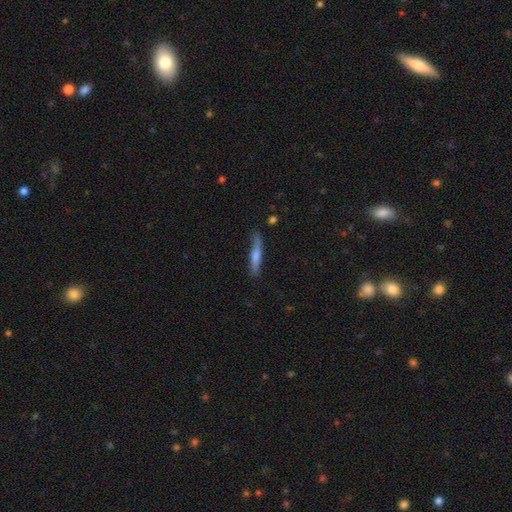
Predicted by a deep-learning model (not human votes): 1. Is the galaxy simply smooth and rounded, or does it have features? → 53% smooth, 41% featured or disk, 6% star or artifact.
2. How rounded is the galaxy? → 92% cigar-shaped, 6% in between, 2% round.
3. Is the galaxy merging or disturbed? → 76% none, 19% minor disturbance, 3% major disturbance, 2% merger.